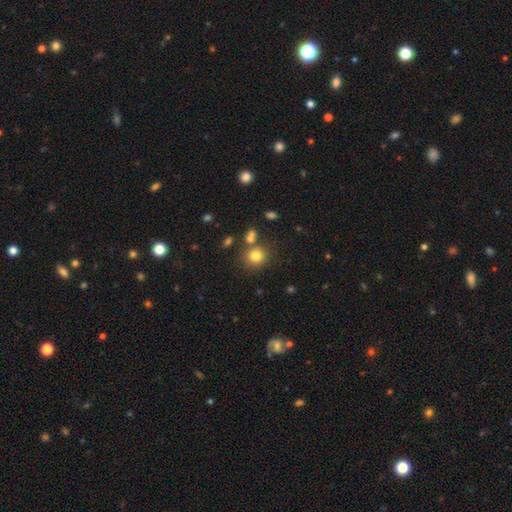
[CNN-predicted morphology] Smooth or featured?
  - smooth: 79% *
  - star or artifact: 13%
  - featured or disk: 8%
How rounded?
  - round: 86% *
  - in between: 13%
  - cigar-shaped: 1%
Merging?
  - none: 73% *
  - merger: 13%
  - minor disturbance: 10%
  - major disturbance: 4%